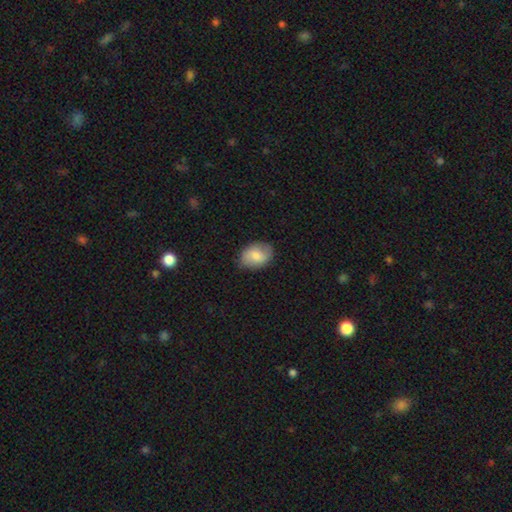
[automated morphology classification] Q: Smooth or featured?
A: smooth (73%); runner-up: featured or disk (20%)
Q: How rounded?
A: in between (73%); runner-up: round (26%)
Q: Merging?
A: none (79%); runner-up: minor disturbance (16%)